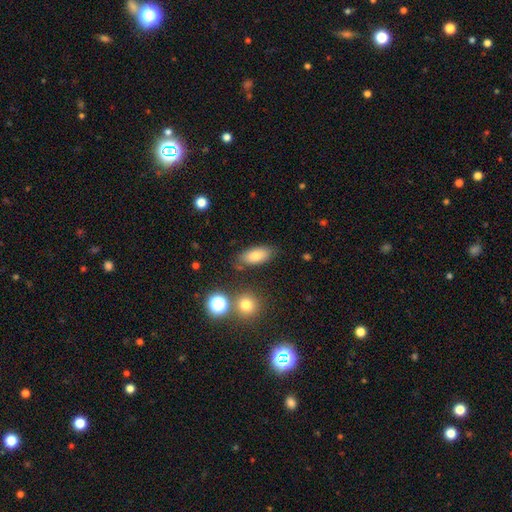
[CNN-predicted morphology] smooth 77%, featured or disk 13%, star or artifact 10%. Down the decision tree: how rounded — in between (83%); merging — none (78%).